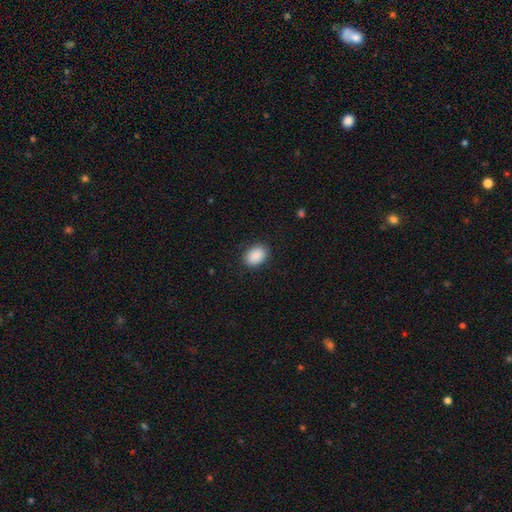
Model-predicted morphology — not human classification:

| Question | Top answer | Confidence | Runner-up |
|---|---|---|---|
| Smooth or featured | smooth | 88% | star or artifact (7%) |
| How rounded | in between | 76% | round (23%) |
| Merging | none | 86% | minor disturbance (10%) |